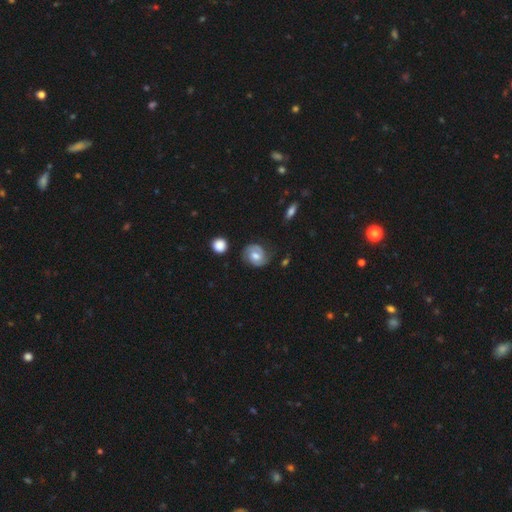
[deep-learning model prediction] featured or disk 66%, smooth 27%, star or artifact 7%. Down the decision tree: edge-on disk — no (97%); bar — no (54%); spiral arms — yes (91%); spiral arm count — 2 (83%); spiral winding — tight (46%); bulge size — moderate (68%); merging — none (72%).